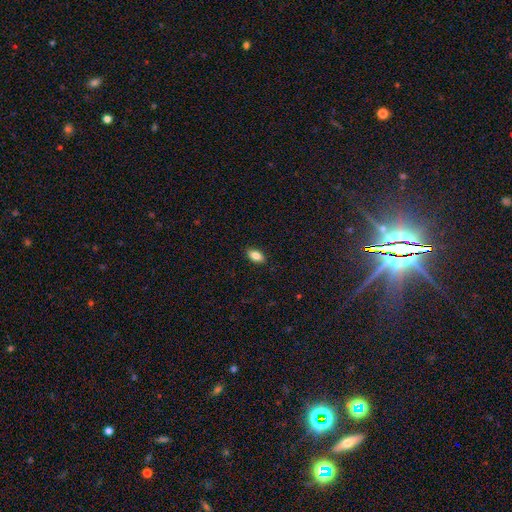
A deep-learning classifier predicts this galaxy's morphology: Smooth or featured? Predicted: smooth (p=0.84). How rounded? Predicted: in between (p=0.91). Merging? Predicted: none (p=0.89).